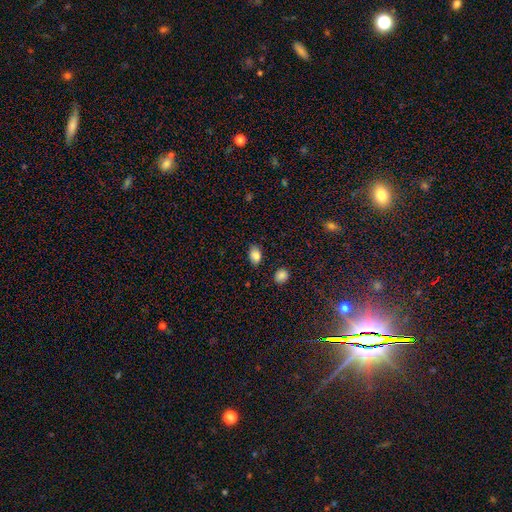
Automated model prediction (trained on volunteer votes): smooth_or_featured: smooth (p=0.86) [alt: star or artifact p=0.09]
how_rounded: in between (p=0.84) [alt: round p=0.15]
merging: none (p=0.83) [alt: minor disturbance p=0.12]